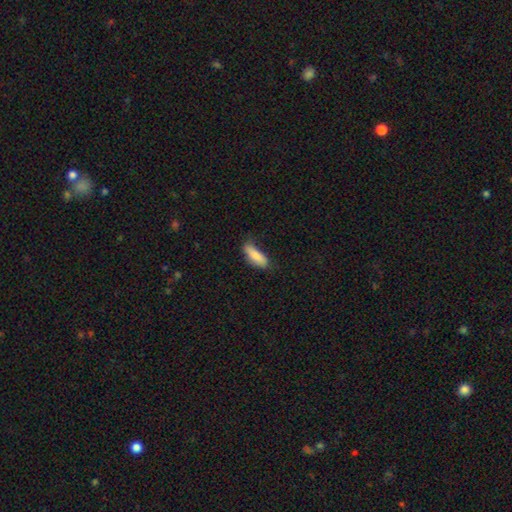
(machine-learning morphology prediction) Smooth or featured? smooth (84%)
How rounded? in between (59%)
Merging? none (69%)